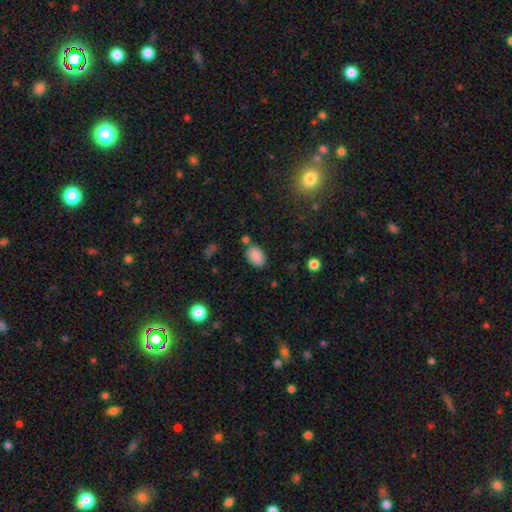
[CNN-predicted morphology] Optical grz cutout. It shows a smooth galaxy with no disk features (88%) that is in between round and cigar-shaped (89%). Merging: none (77%).